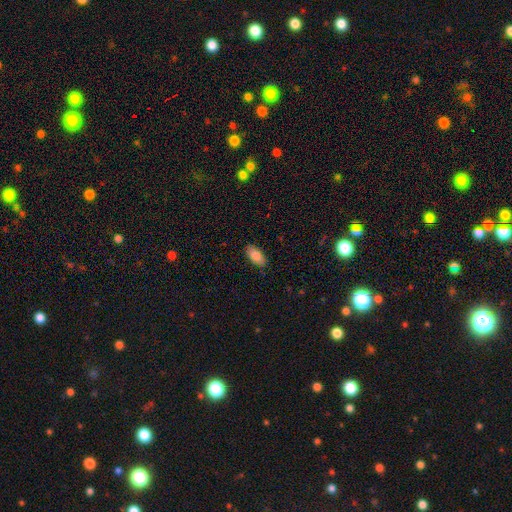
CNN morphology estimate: Smooth or featured? Predicted: smooth (p=0.84). How rounded? Predicted: in between (p=0.92). Merging? Predicted: none (p=0.85).